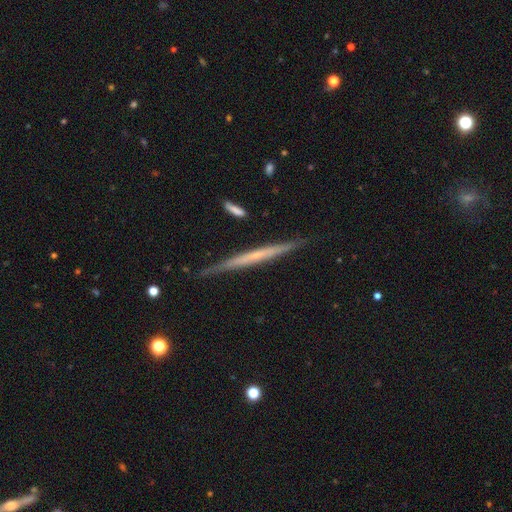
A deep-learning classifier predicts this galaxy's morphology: The model was most divided on "smooth or featured": featured or disk: 65%, smooth: 29%, star or artifact: 6%. More confident: edge-on disk — yes (97%); merging — none (86%); edge-on bulge — none (73%).